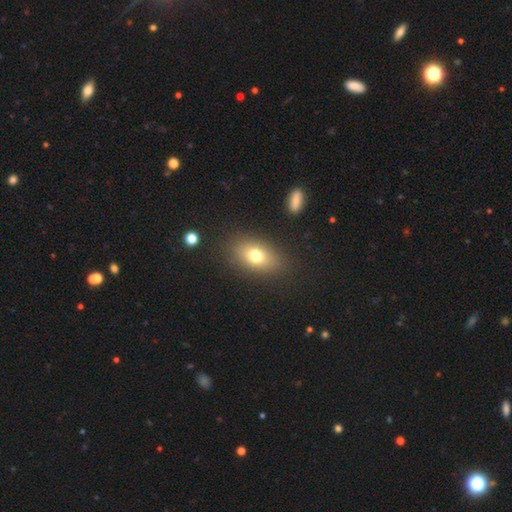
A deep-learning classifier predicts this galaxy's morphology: smooth_or_featured: smooth (p=0.74) [alt: featured or disk p=0.15]
how_rounded: in between (p=0.84) [alt: round p=0.13]
merging: none (p=0.84) [alt: minor disturbance p=0.10]